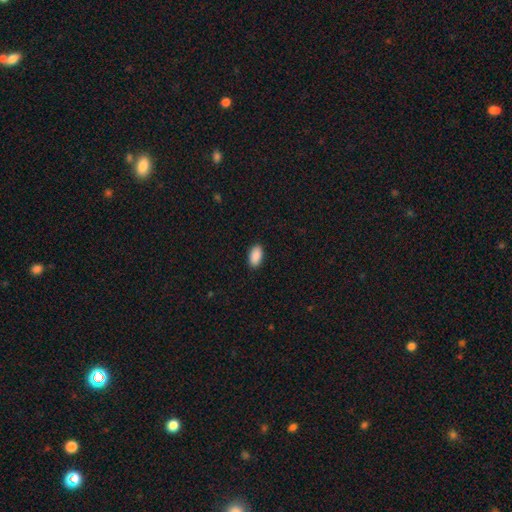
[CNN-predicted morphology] Smooth or featured?
  - smooth: 91% *
  - star or artifact: 7%
  - featured or disk: 2%
How rounded?
  - in between: 94% *
  - round: 3%
  - cigar-shaped: 3%
Merging?
  - none: 90% *
  - minor disturbance: 7%
  - major disturbance: 2%
  - merger: 1%